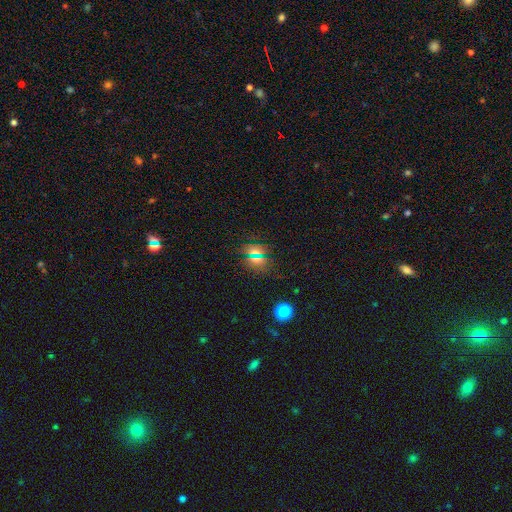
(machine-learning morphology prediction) Smooth or featured? Predicted: smooth (p=0.55). How rounded? Predicted: round (p=0.59). Merging? Predicted: none (p=0.80).